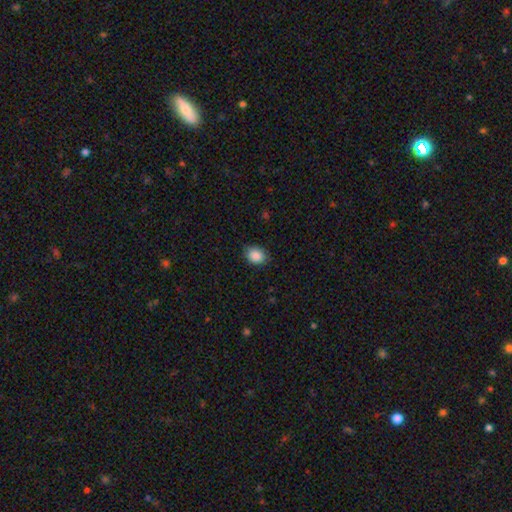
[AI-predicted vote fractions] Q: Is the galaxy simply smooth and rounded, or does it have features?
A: smooth — 89%.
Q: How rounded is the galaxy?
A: in between — 58%.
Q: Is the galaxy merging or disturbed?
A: none — 81%.